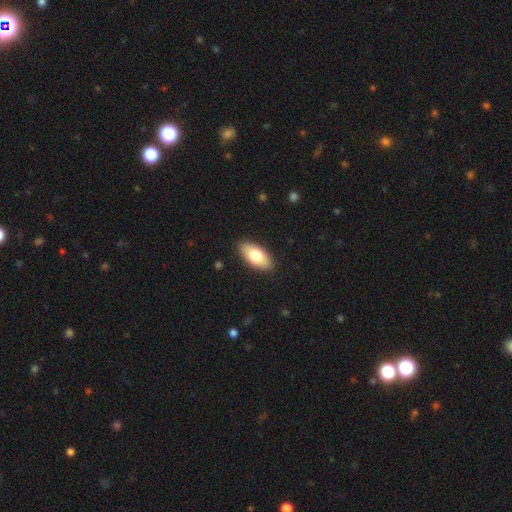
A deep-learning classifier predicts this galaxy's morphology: The model was most divided on "smooth or featured": smooth: 75%, featured or disk: 20%, star or artifact: 6%. More confident: how rounded — in between (91%); merging — none (89%).